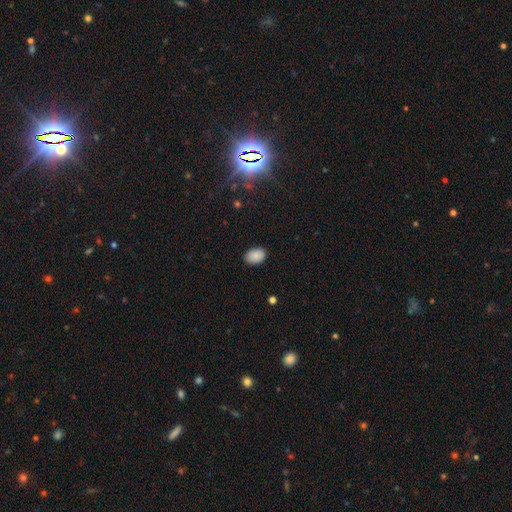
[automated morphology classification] Smooth or featured? Predicted: smooth (p=0.88). How rounded? Predicted: in between (p=0.82). Merging? Predicted: none (p=0.86).